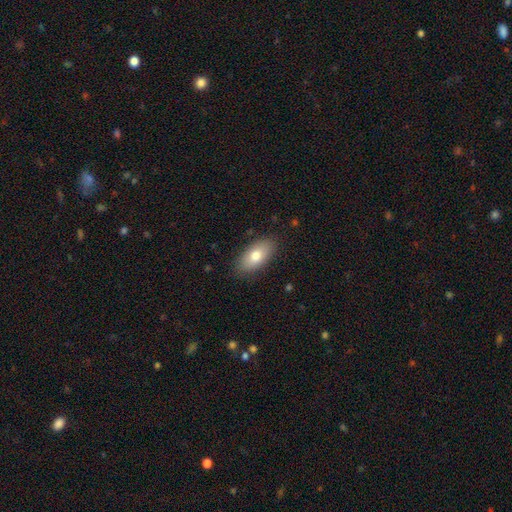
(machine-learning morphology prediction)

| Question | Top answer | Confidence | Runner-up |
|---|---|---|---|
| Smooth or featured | smooth | 75% | featured or disk (18%) |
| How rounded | in between | 90% | cigar-shaped (6%) |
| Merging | none | 85% | minor disturbance (11%) |